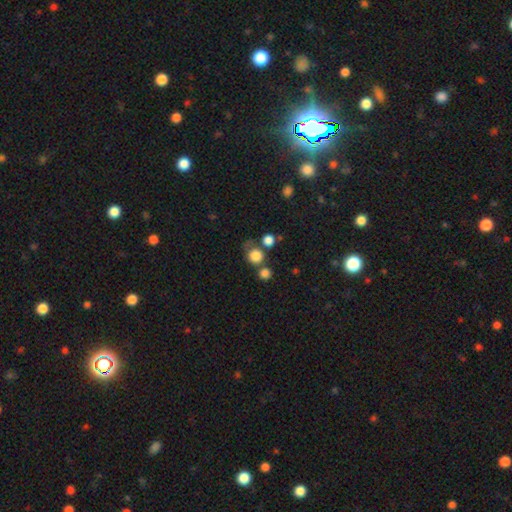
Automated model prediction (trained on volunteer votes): Morphology: type=smooth (82%); roundness=round (89%); merging=none (58%).